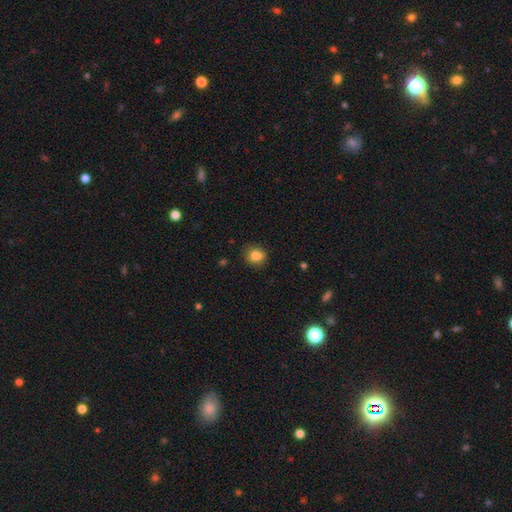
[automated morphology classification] Q: Smooth or featured?
A: smooth (83%); runner-up: star or artifact (10%)
Q: How rounded?
A: round (54%); runner-up: in between (45%)
Q: Merging?
A: none (75%); runner-up: minor disturbance (18%)